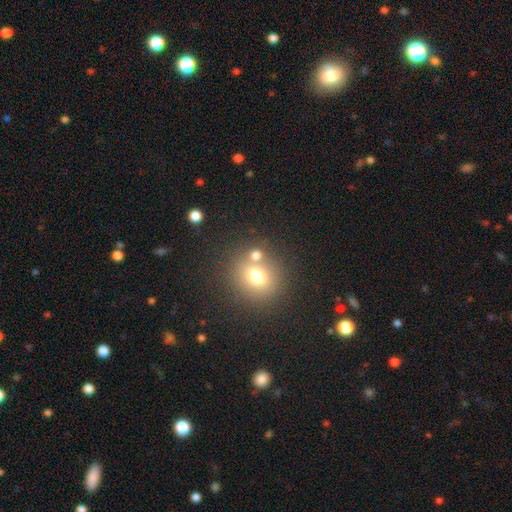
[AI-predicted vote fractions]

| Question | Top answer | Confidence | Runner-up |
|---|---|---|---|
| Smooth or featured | smooth | 72% | star or artifact (15%) |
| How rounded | round | 78% | in between (21%) |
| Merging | none | 60% | merger (27%) |